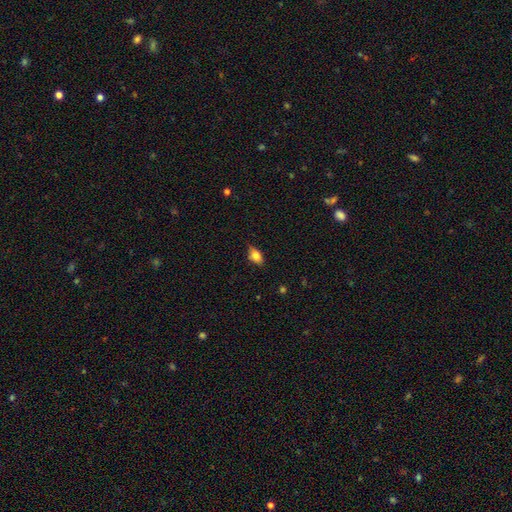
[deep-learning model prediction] This is likely a smooth galaxy (78%). How rounded: clearly in between (85%). Merging: likely none (80%).